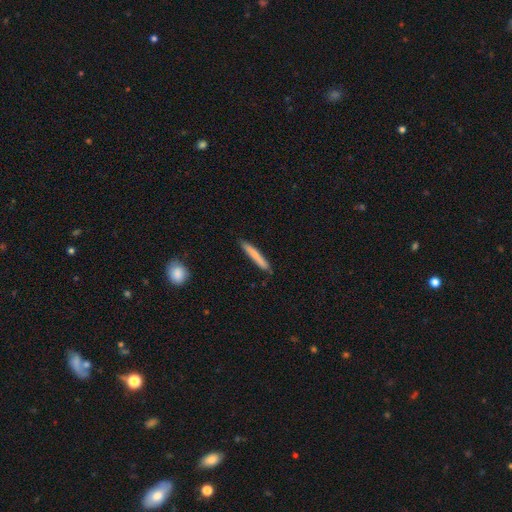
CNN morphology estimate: smooth-or-featured: smooth: 74% | featured or disk: 21% | star or artifact: 6%
  how-rounded: cigar-shaped: 95% | in between: 4% | round: 1%
  merging: none: 86% | minor disturbance: 10% | merger: 2% | major disturbance: 2%